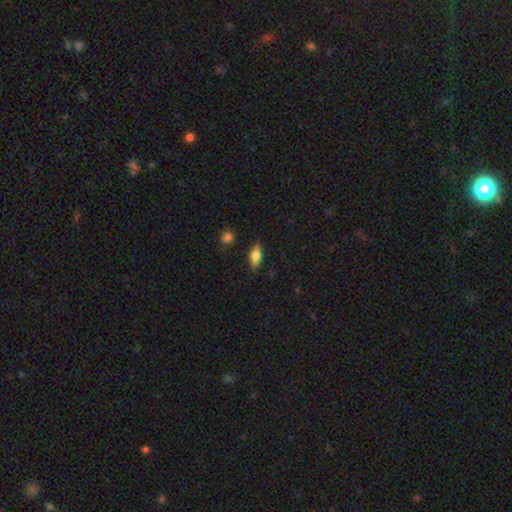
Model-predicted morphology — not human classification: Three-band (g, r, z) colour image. It shows a smooth galaxy with no disk features (64%) that is in between round and cigar-shaped (69%). Merging: none (85%).